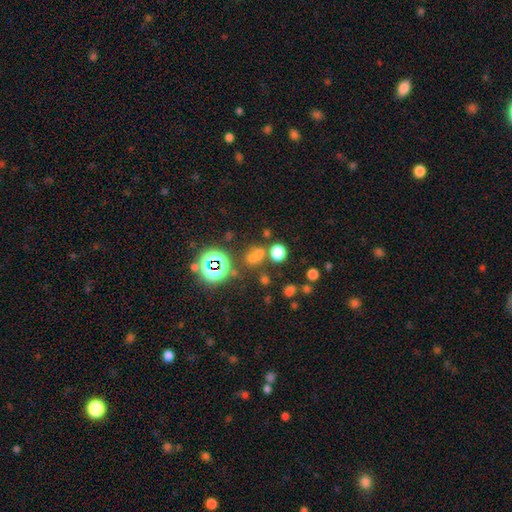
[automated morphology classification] This appears to be a smooth galaxy with no disk features (55%) that is round (75%). Merging: none (55%).